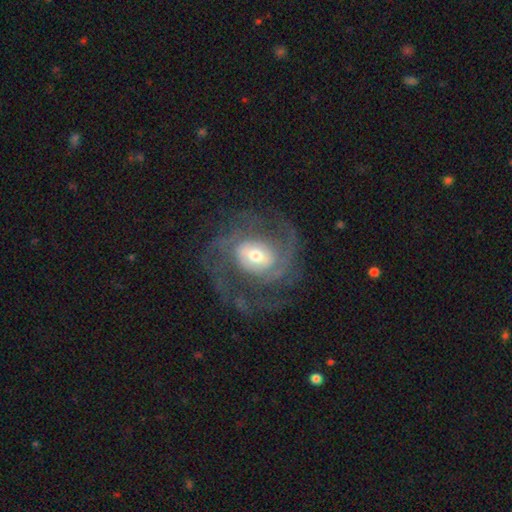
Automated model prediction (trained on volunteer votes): Smooth or featured: featured or disk — 86% (smooth — 8%)
Edge-on disk: no — 97% (yes — 3%)
Bar: weak — 43% (no — 41%)
Spiral arms: yes — 94% (no — 6%)
Spiral winding: medium — 45% (tight — 37%)
Spiral arm count: 2 — 38% (can't tell — 21%)
Bulge size: moderate — 60% (small — 24%)
Merging: none — 62% (major disturbance — 21%)